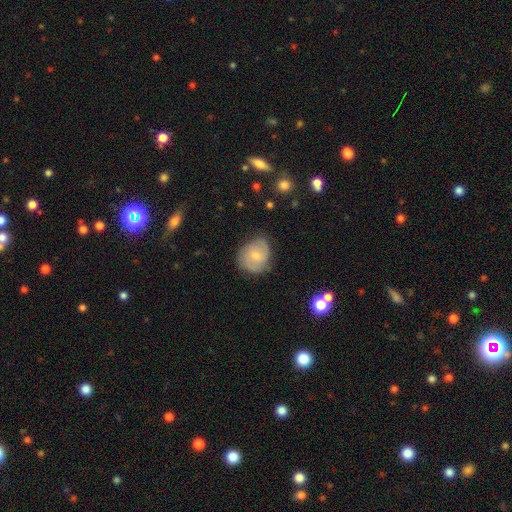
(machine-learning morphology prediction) A smooth galaxy with no disk features (47%). Merging: none (66%).